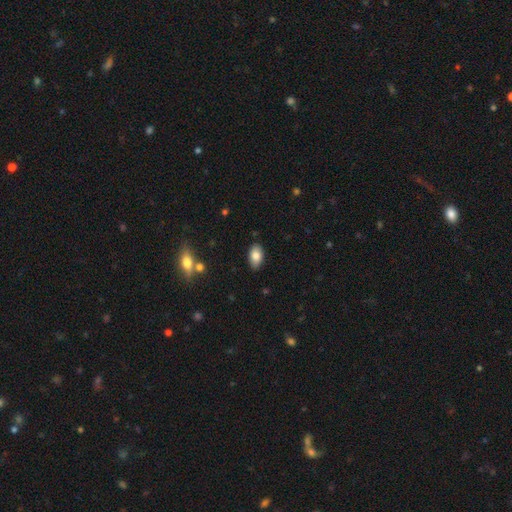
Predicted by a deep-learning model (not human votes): A smooth galaxy with no disk features (82%) that is in between round and cigar-shaped (93%).

Vote fractions:
- Smooth or featured? smooth: 82% / featured or disk: 10% / star or artifact: 8%
- How rounded? in between: 93% / round: 5% / cigar-shaped: 2%
- Merging? none: 86% / minor disturbance: 10% / major disturbance: 2% / merger: 1%